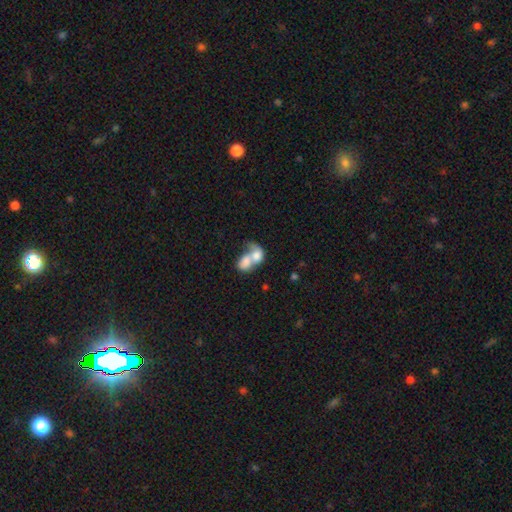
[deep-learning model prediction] Smooth or featured: smooth — 70% (featured or disk — 23%)
How rounded: in between — 63% (round — 35%)
Merging: merger — 82% (none — 8%)